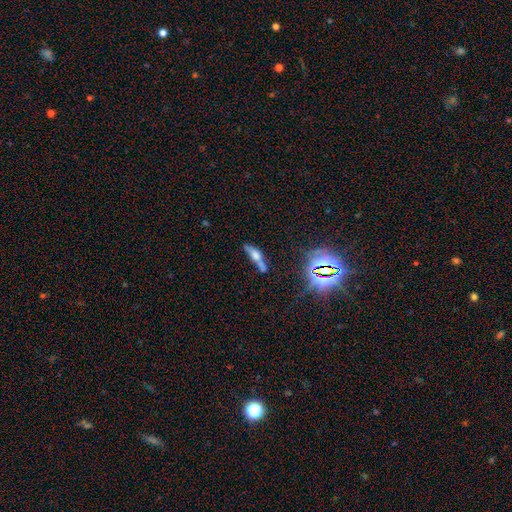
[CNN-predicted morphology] Smooth or featured: featured or disk — 49% (smooth — 33%)
Merging: none — 50% (merger — 21%)